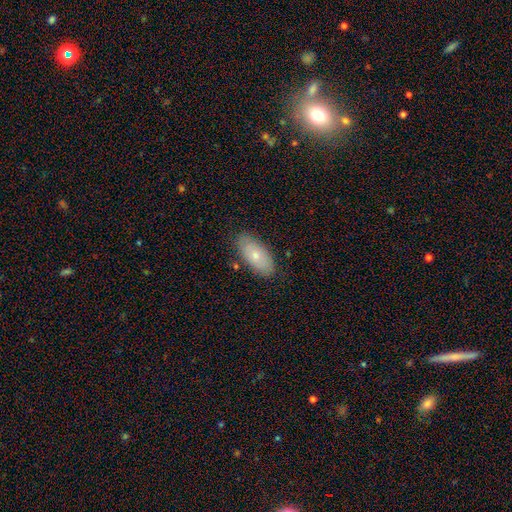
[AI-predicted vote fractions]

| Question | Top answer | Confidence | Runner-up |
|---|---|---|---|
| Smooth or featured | smooth | 70% | featured or disk (23%) |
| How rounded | in between | 91% | cigar-shaped (6%) |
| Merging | none | 83% | minor disturbance (13%) |